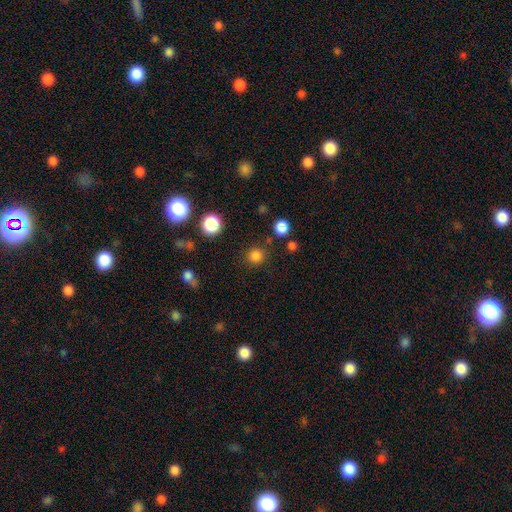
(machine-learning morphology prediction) A smooth galaxy with no disk features (82%) that is round (92%).

Vote fractions:
- Smooth or featured? smooth: 82% / star or artifact: 15% / featured or disk: 4%
- How rounded? round: 92% / in between: 7% / cigar-shaped: 1%
- Merging? none: 86% / minor disturbance: 8% / merger: 4% / major disturbance: 3%